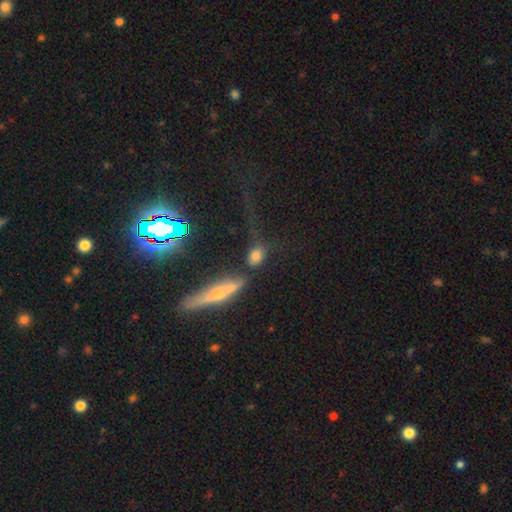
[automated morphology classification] smooth 73%, featured or disk 15%, star or artifact 13%. Down the decision tree: how rounded — in between (63%); merging — none (54%).